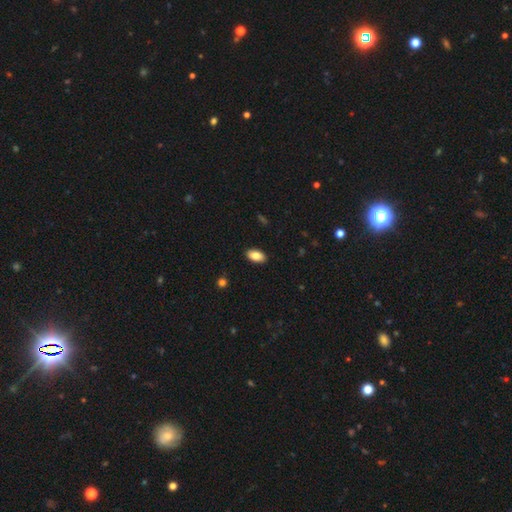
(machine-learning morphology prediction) Smooth or featured: smooth — 85% (featured or disk — 8%)
How rounded: in between — 94% (round — 4%)
Merging: none — 90% (minor disturbance — 7%)